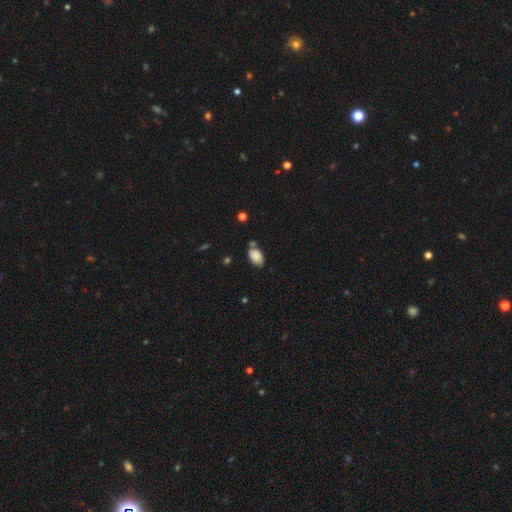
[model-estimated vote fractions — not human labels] This is clearly a smooth galaxy (85%). How rounded: clearly in between (92%). Merging: likely none (61%).